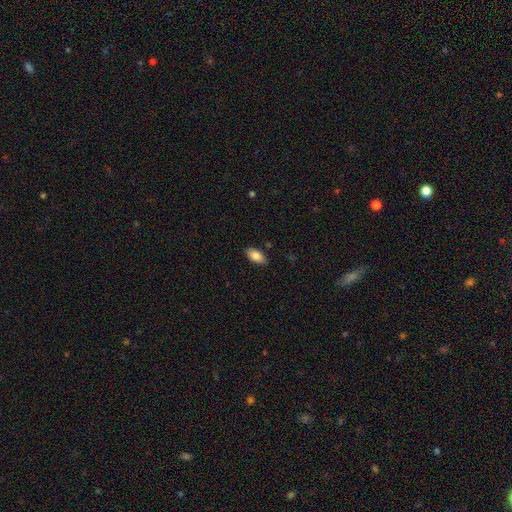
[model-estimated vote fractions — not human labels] This is clearly a smooth galaxy (84%). How rounded: clearly in between (93%). Merging: clearly none (87%).